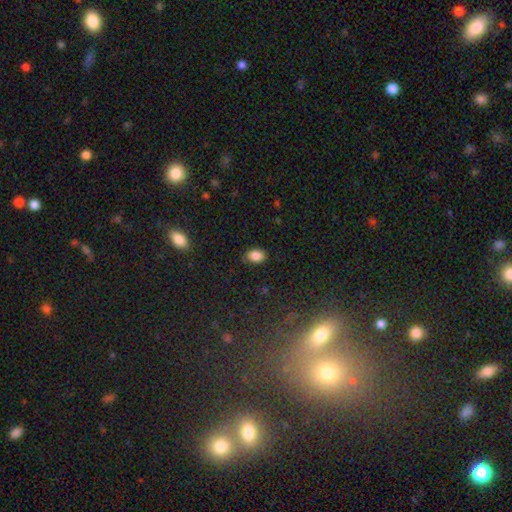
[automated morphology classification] This appears to be a smooth galaxy with no disk features (86%) that is in between round and cigar-shaped (77%). Merging: none (80%).